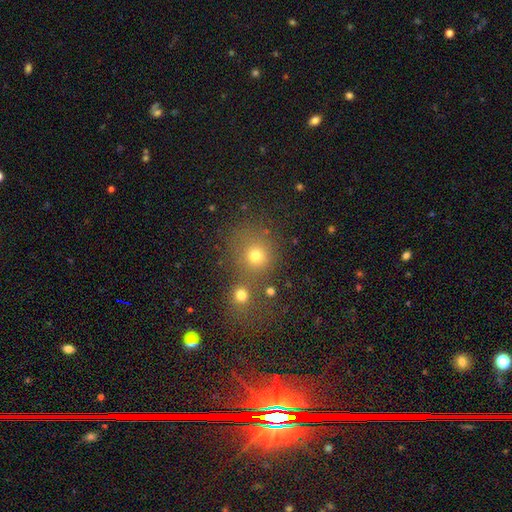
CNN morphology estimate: This is likely a smooth galaxy (72%). How rounded: clearly round (84%). Merging: possibly none (57%).